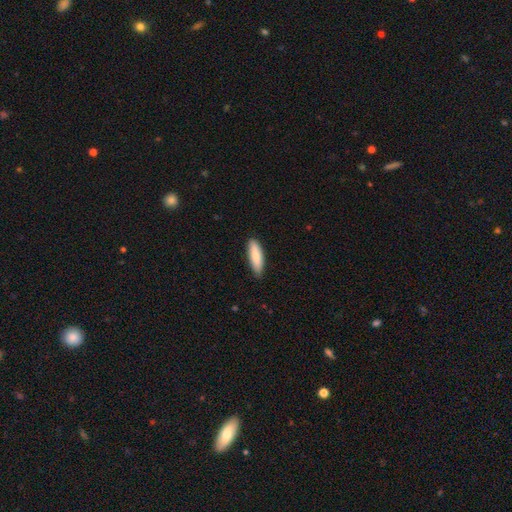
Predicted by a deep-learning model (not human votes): smooth 85%, featured or disk 10%, star or artifact 5%. Down the decision tree: how rounded — cigar-shaped (57%); merging — none (85%).